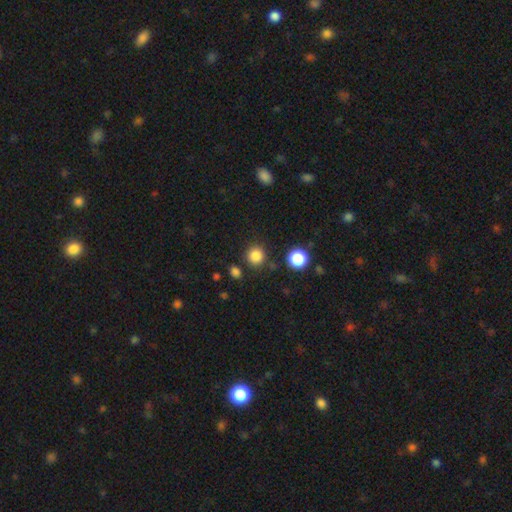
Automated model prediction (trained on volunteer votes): A smooth galaxy with no disk features (83%) that is round (93%). Merging: none (86%).